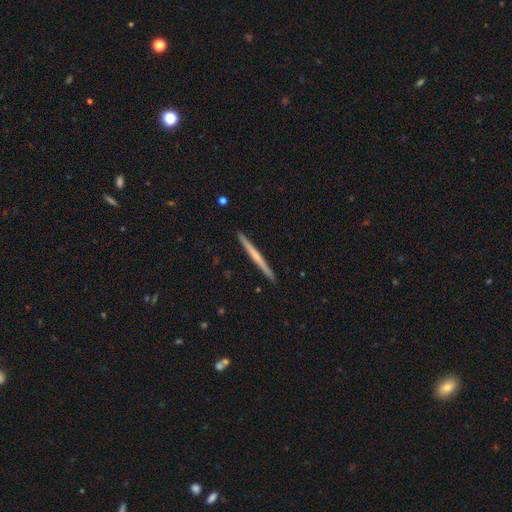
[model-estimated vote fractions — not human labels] smooth_or_featured: featured or disk (p=0.53) [alt: smooth p=0.42]
disk_edge_on: yes (p=0.98) [alt: no p=0.02]
edge_on_bulge: none (p=0.79) [alt: rounded p=0.16]
merging: none (p=0.93) [alt: minor disturbance p=0.05]